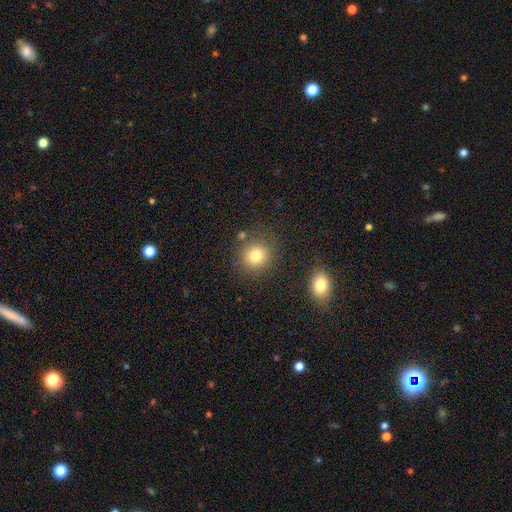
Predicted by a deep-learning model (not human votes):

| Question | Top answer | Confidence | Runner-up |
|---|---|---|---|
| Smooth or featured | smooth | 80% | star or artifact (12%) |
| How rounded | round | 87% | in between (12%) |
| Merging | none | 81% | minor disturbance (9%) |